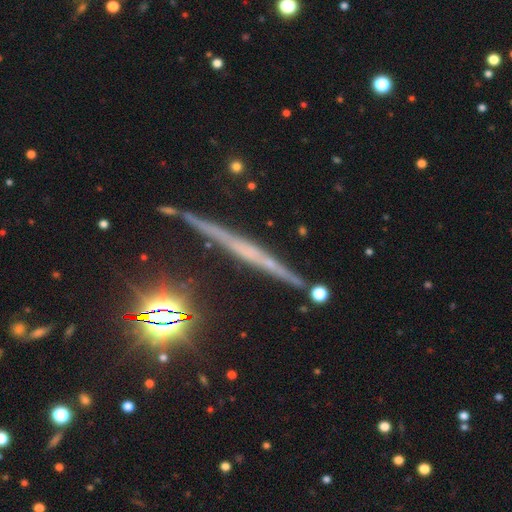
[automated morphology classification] type=featured or disk (66%); edge-on=yes (97%); edge-on bulge=none (77%); merging=none (86%).